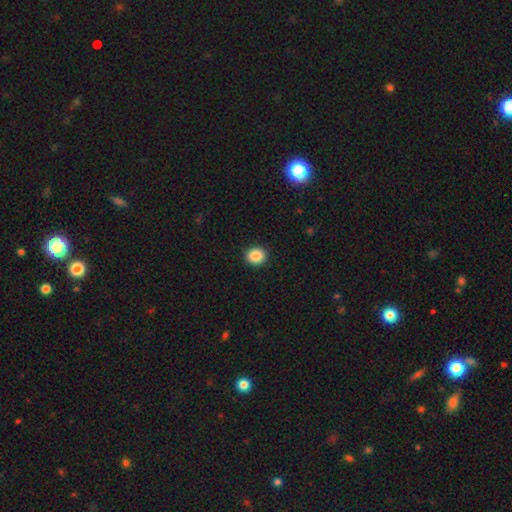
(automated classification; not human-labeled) Smooth or featured? smooth (87%)
How rounded? round (82%)
Merging? none (92%)